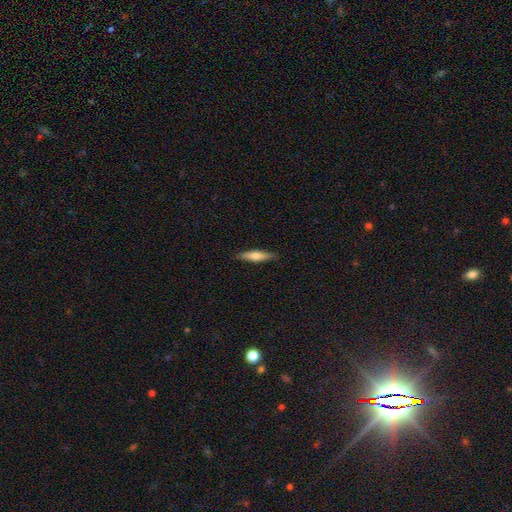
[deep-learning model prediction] This is likely a smooth galaxy (61%). How rounded: likely cigar-shaped (79%). Merging: clearly none (87%).